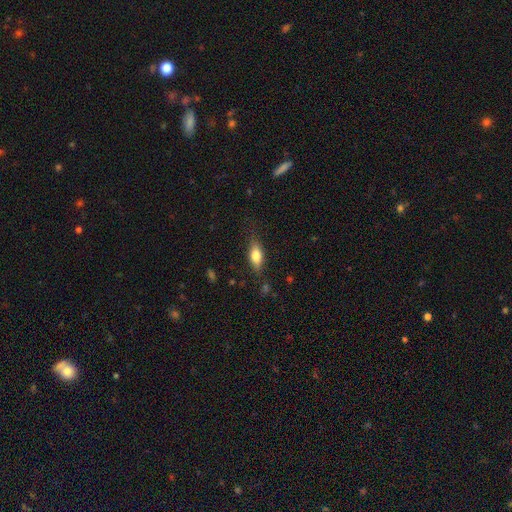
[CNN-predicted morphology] Q: Smooth or featured?
A: smooth (71%); runner-up: featured or disk (22%)
Q: How rounded?
A: in between (76%); runner-up: cigar-shaped (20%)
Q: Merging?
A: none (77%); runner-up: minor disturbance (17%)